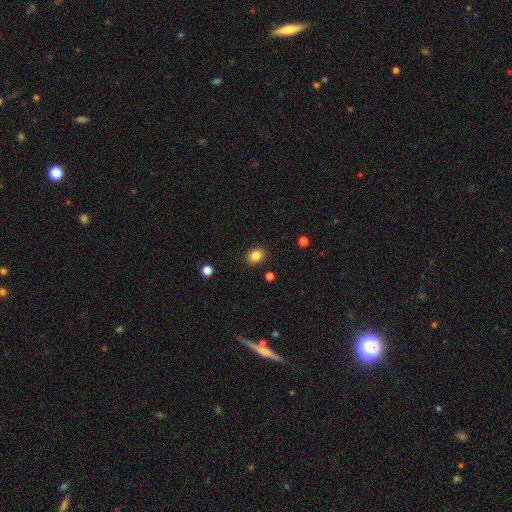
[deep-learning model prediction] The model was most divided on "how rounded": round: 55%, in between: 44%, cigar-shaped: 1%. More confident: merging — none (89%); smooth or featured — smooth (85%).